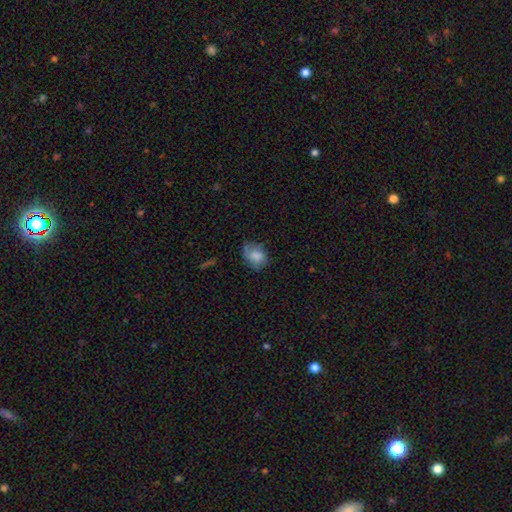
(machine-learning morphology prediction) Q: Smooth or featured?
A: smooth (76%); runner-up: featured or disk (16%)
Q: How rounded?
A: in between (65%); runner-up: round (34%)
Q: Merging?
A: none (56%); runner-up: minor disturbance (31%)